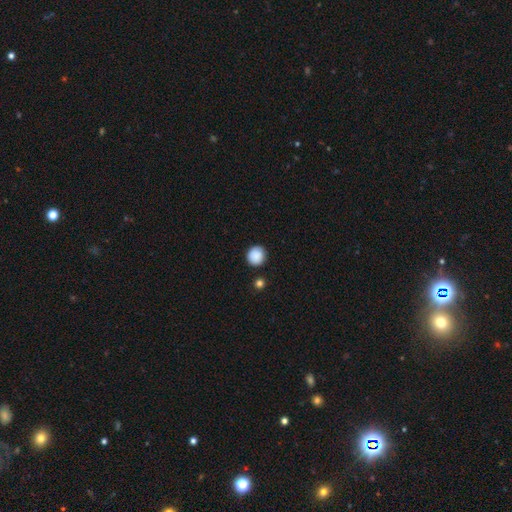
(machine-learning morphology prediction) A smooth galaxy with no disk features (88%) that is round (90%).

Vote fractions:
- Smooth or featured? smooth: 88% / star or artifact: 8% / featured or disk: 3%
- How rounded? round: 90% / in between: 9% / cigar-shaped: 1%
- Merging? none: 88% / minor disturbance: 8% / merger: 2% / major disturbance: 2%